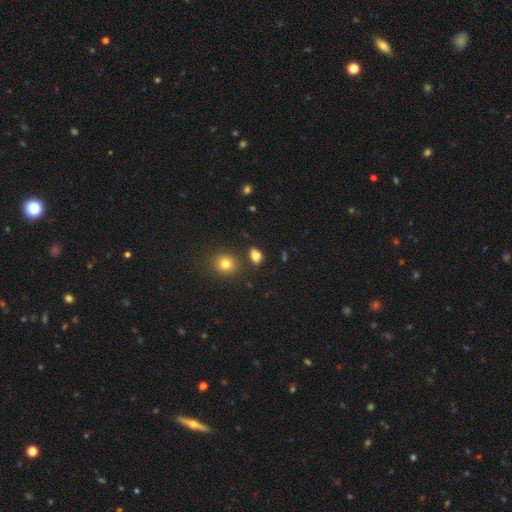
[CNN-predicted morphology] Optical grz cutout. It shows a smooth galaxy with no disk features (82%) that is in between round and cigar-shaped (76%). Merging: none (75%).